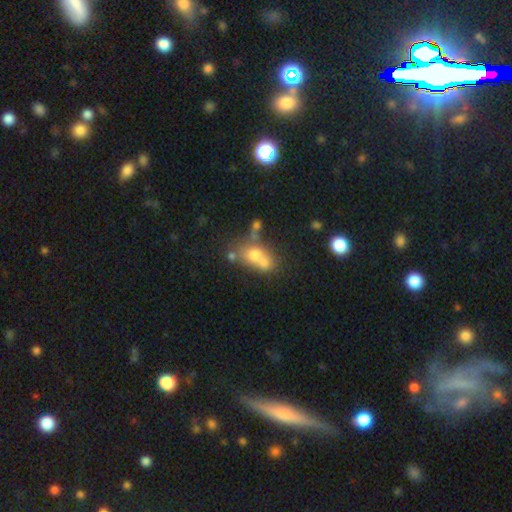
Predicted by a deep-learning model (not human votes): smooth-or-featured: smooth: 61% | featured or disk: 24% | star or artifact: 15%
  how-rounded: round: 54% | in between: 44% | cigar-shaped: 2%
  merging: merger: 60% | none: 26% | minor disturbance: 9% | major disturbance: 5%